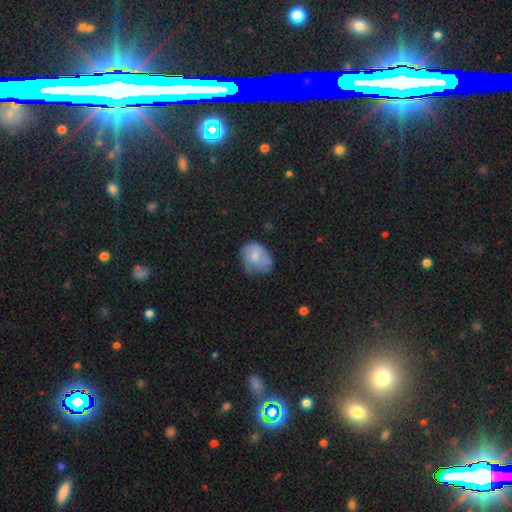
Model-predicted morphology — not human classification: A smooth galaxy with no disk features (49%).

Vote fractions:
- Smooth or featured? smooth: 49% / featured or disk: 42% / star or artifact: 9%
- Merging? none: 46% / minor disturbance: 32% / major disturbance: 20% / merger: 2%